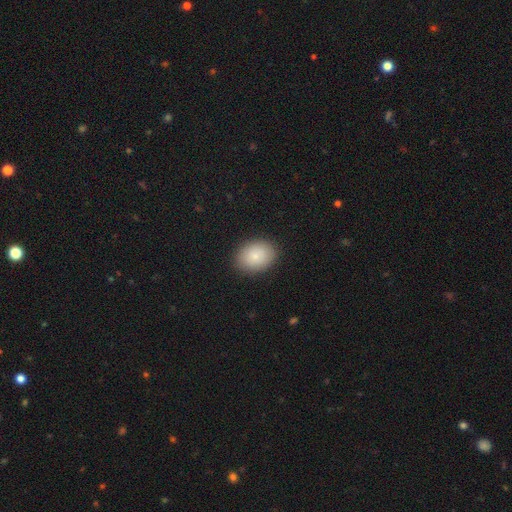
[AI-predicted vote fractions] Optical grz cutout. It shows a smooth galaxy with no disk features (82%) that is in between round and cigar-shaped (57%). Merging: none (88%).